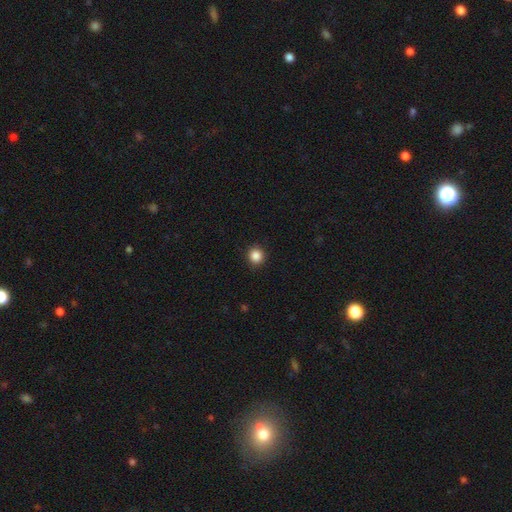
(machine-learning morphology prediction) This appears to be a smooth galaxy with no disk features (86%) that is round (91%). Merging: none (92%).